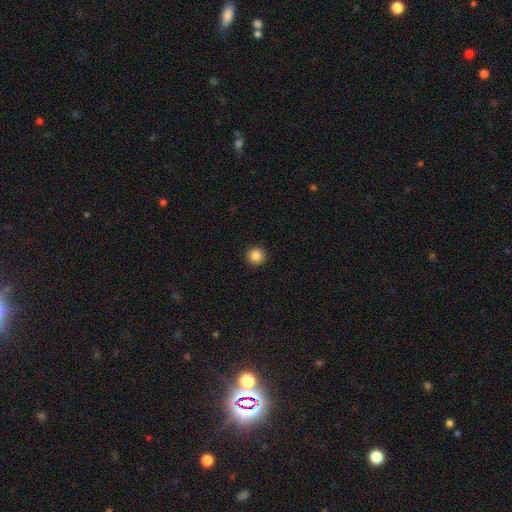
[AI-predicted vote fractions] Morphology: type=smooth (86%); roundness=round (95%); merging=none (93%).